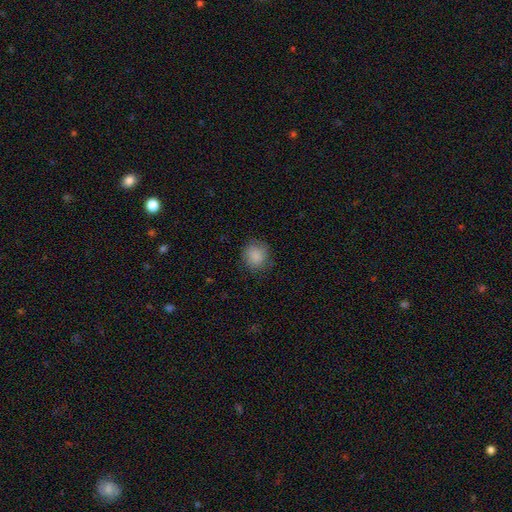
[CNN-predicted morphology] smooth_or_featured: smooth (p=0.87) [alt: star or artifact p=0.09]
how_rounded: round (p=0.83) [alt: in between p=0.16]
merging: none (p=0.81) [alt: minor disturbance p=0.13]